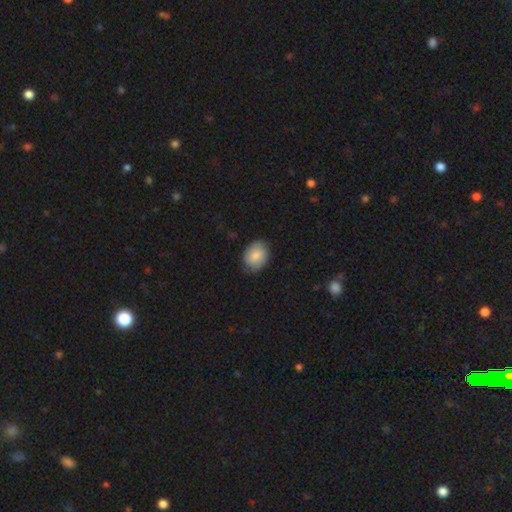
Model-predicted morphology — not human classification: This is clearly a smooth galaxy (81%). How rounded: likely in between (64%). Merging: likely none (77%).